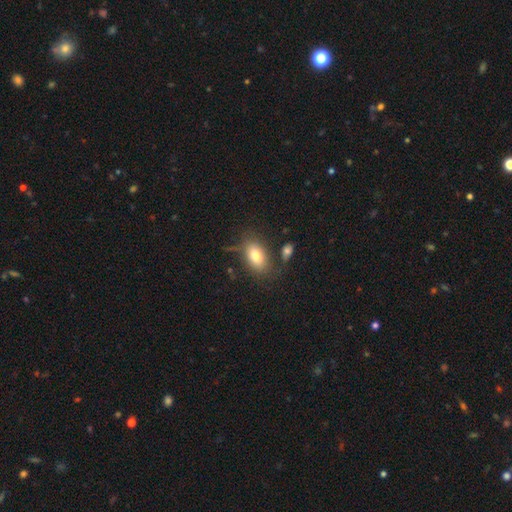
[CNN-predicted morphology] This appears to be a smooth galaxy with no disk features (78%) that is in between round and cigar-shaped (88%). Merging: none (71%).